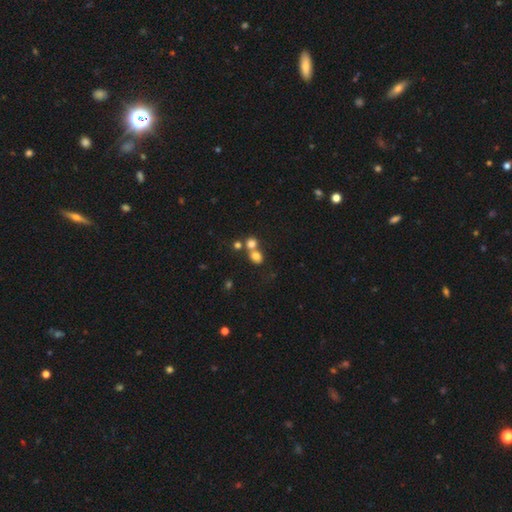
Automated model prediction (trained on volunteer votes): A smooth galaxy with no disk features (75%) that is round (63%).

Vote fractions:
- Smooth or featured? smooth: 75% / star or artifact: 15% / featured or disk: 11%
- How rounded? round: 63% / in between: 35% / cigar-shaped: 1%
- Merging? merger: 48% / none: 41% / minor disturbance: 8% / major disturbance: 4%